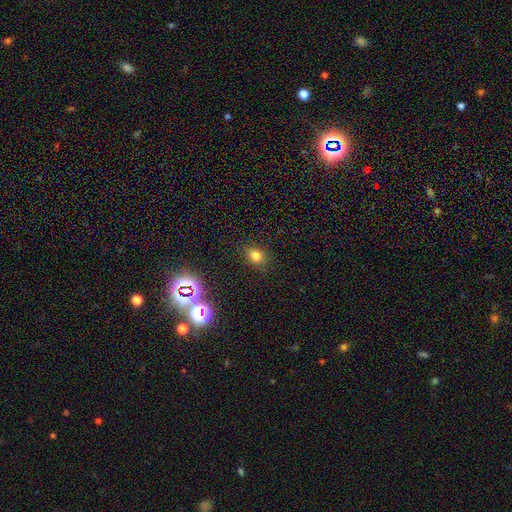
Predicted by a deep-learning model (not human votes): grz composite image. It shows a smooth galaxy with no disk features (76%) that is in between round and cigar-shaped (54%). Merging: none (84%).